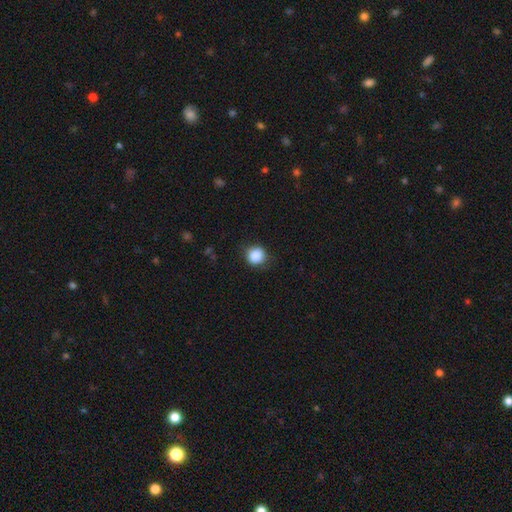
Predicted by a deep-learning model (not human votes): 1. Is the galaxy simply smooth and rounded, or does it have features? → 87% smooth, 10% star or artifact, 4% featured or disk.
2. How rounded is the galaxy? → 89% round, 10% in between, 1% cigar-shaped.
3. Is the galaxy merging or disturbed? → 84% none, 12% minor disturbance, 3% major disturbance, 1% merger.